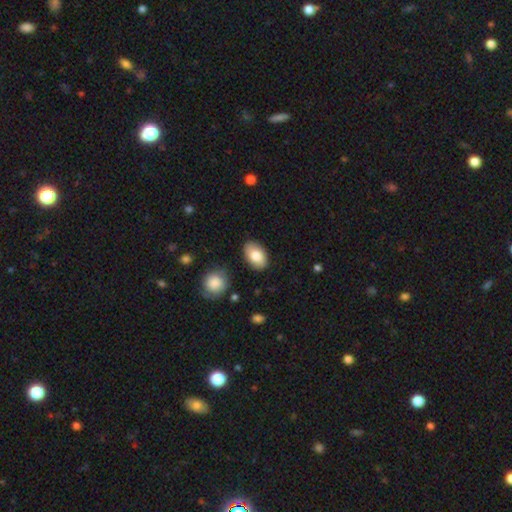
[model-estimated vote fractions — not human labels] Q: Smooth or featured?
A: smooth (82%); runner-up: featured or disk (12%)
Q: How rounded?
A: in between (91%); runner-up: round (8%)
Q: Merging?
A: none (84%); runner-up: minor disturbance (11%)